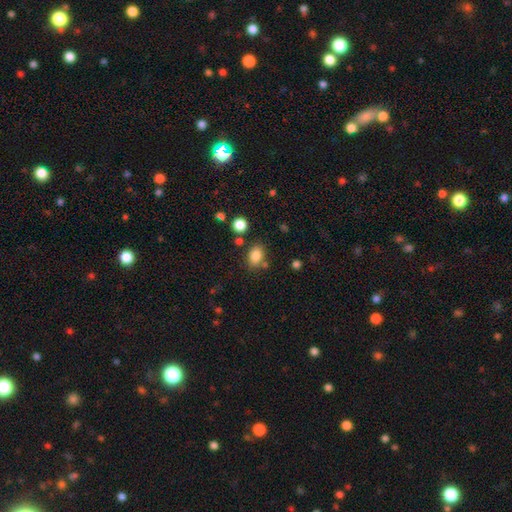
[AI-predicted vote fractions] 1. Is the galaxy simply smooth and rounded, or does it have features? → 84% smooth, 10% star or artifact, 6% featured or disk.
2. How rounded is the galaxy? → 75% in between, 24% round, 1% cigar-shaped.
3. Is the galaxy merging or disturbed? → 75% none, 12% minor disturbance, 8% merger, 4% major disturbance.